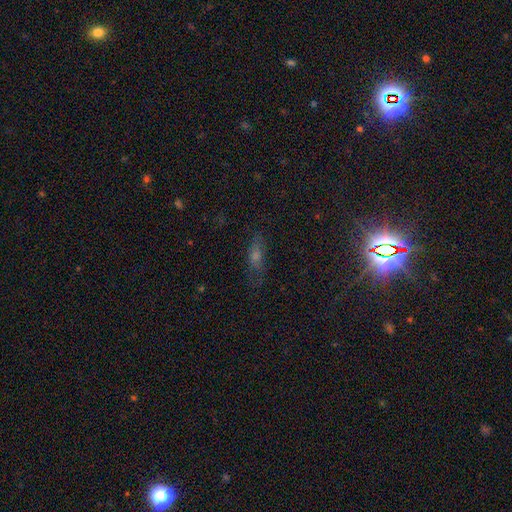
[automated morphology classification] smooth 39%, star or artifact 31%, featured or disk 30%. Down the decision tree: merging — none (76%).